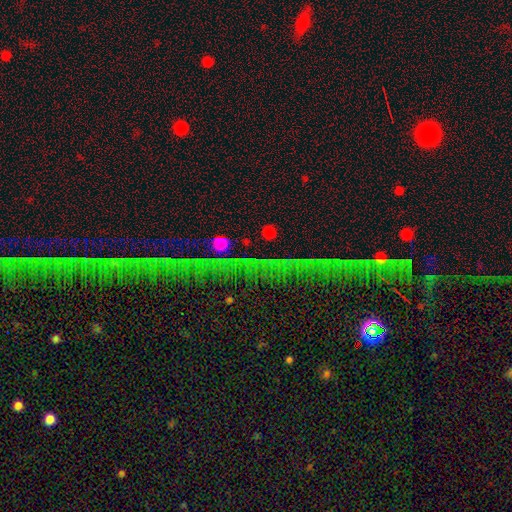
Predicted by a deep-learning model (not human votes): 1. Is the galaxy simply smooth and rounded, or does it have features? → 81% star or artifact, 11% featured or disk, 8% smooth.